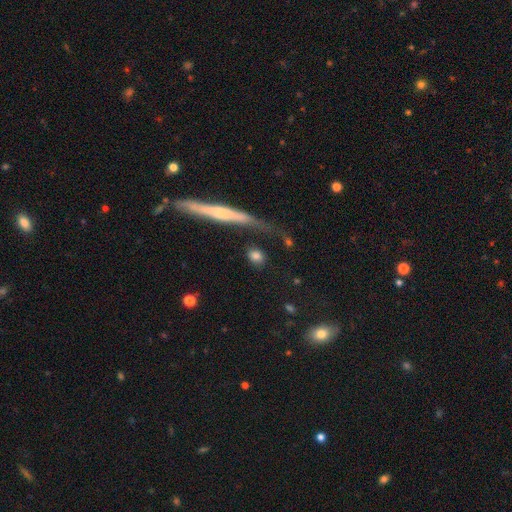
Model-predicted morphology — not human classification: smooth-or-featured: smooth: 80% | featured or disk: 11% | star or artifact: 9%
  how-rounded: round: 55% | in between: 35% | cigar-shaped: 10%
  merging: none: 78% | minor disturbance: 11% | merger: 6% | major disturbance: 5%